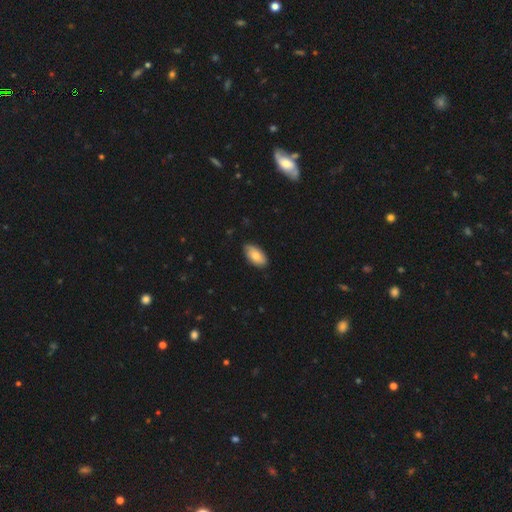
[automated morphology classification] smooth-or-featured: smooth: 81% | featured or disk: 13% | star or artifact: 6%
  how-rounded: in between: 94% | cigar-shaped: 3% | round: 3%
  merging: none: 83% | minor disturbance: 14% | major disturbance: 2% | merger: 1%